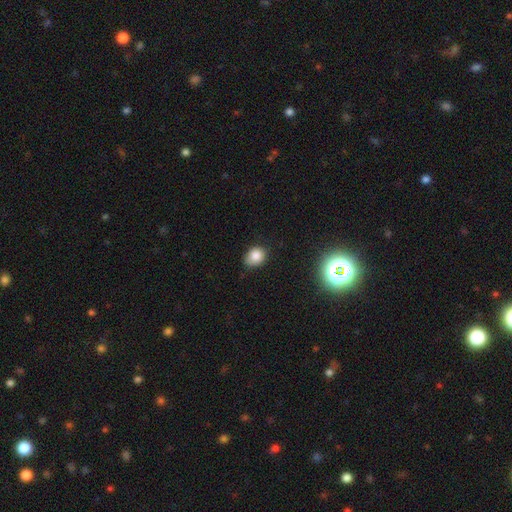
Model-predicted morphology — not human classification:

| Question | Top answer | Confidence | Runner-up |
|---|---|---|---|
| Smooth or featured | smooth | 82% | star or artifact (11%) |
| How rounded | in between | 50% | round (49%) |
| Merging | none | 65% | minor disturbance (29%) |